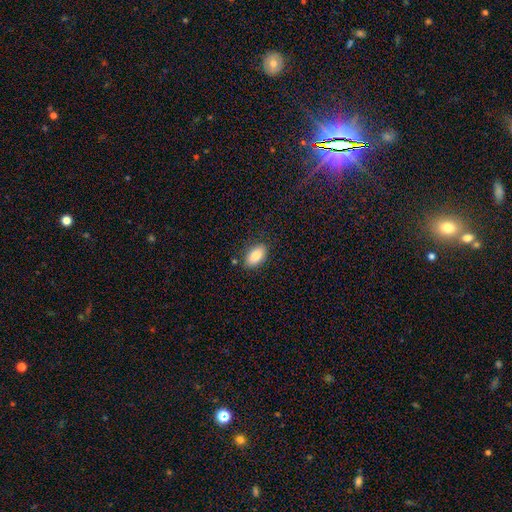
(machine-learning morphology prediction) Smooth or featured? smooth (85%)
How rounded? in between (92%)
Merging? none (82%)